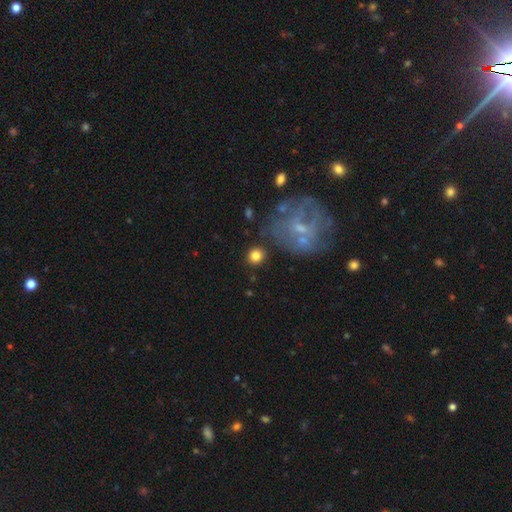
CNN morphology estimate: type=smooth (81%); roundness=round (88%); merging=none (84%).